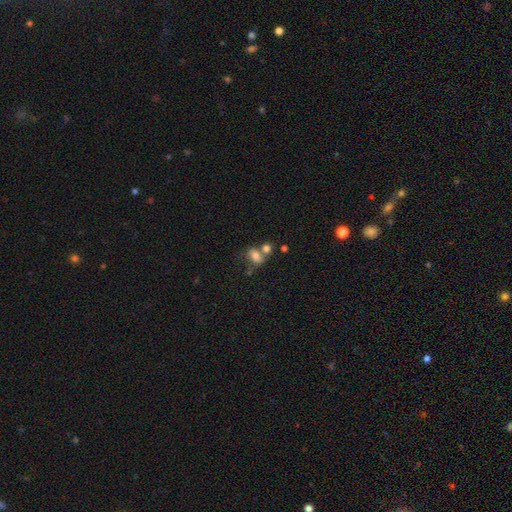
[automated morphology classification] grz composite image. It shows a smooth galaxy with no disk features (71%) that is in between round and cigar-shaped (72%). Merging: merger (44%).